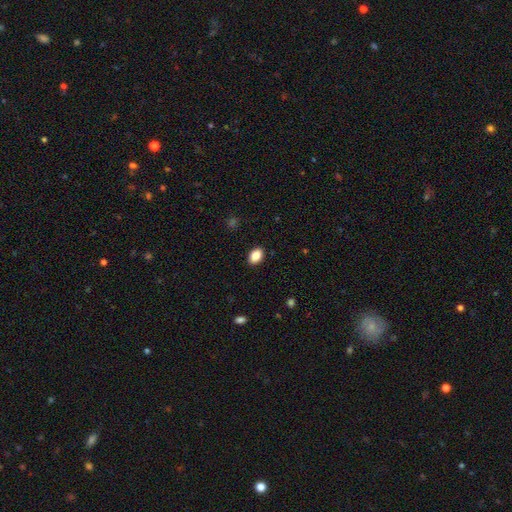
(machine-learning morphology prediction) This is clearly a smooth galaxy (86%). How rounded: clearly in between (84%). Merging: clearly none (89%).